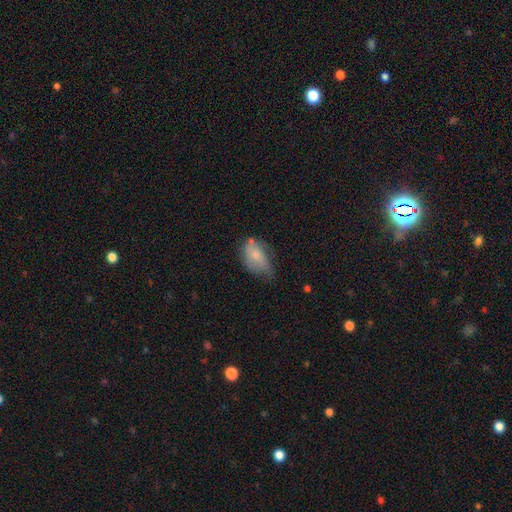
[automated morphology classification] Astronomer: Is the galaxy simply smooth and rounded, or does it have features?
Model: smooth — 69%.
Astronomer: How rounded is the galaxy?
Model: in between — 89%.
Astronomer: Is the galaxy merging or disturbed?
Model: minor disturbance — 43% (runner-up: none, 33%).